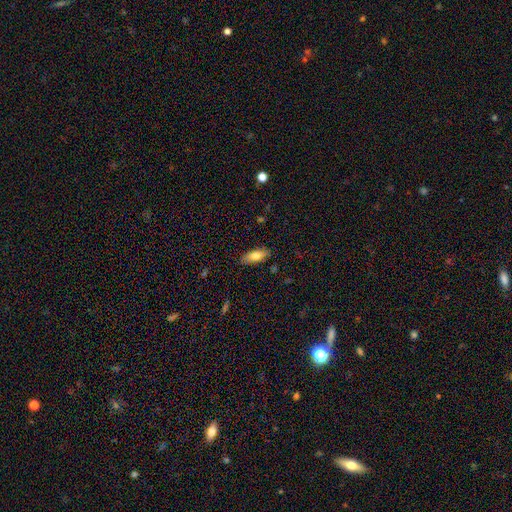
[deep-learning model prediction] The model was most divided on "how rounded": in between: 77%, cigar-shaped: 21%, round: 2%. More confident: merging — none (85%); smooth or featured — smooth (78%).